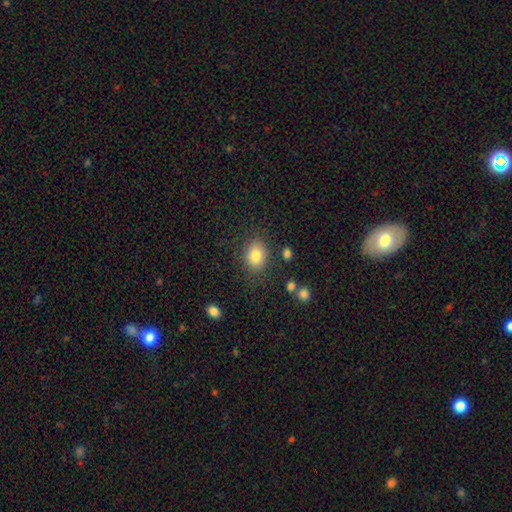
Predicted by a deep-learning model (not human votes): Overall: smooth (83%). How rounded: in between (51%; round 48%). Merging: none (81%).